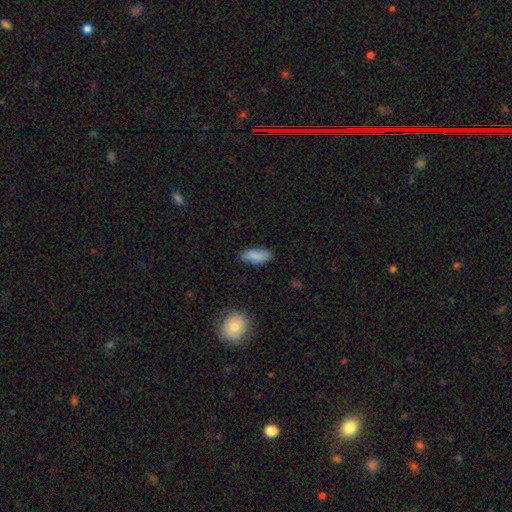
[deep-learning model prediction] smooth 85%, featured or disk 8%, star or artifact 7%. Down the decision tree: how rounded — in between (80%); merging — none (78%).